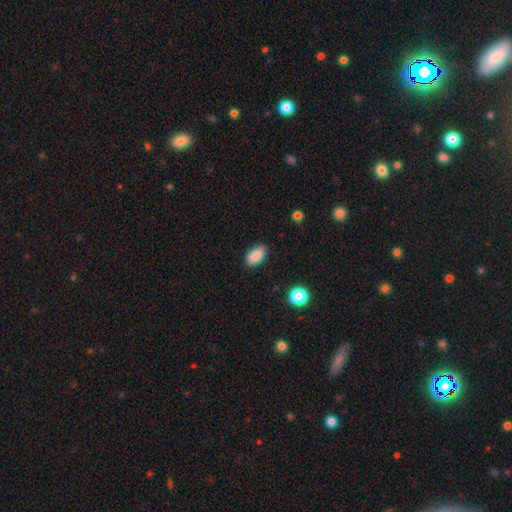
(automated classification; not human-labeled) Smooth or featured? smooth (88%)
How rounded? in between (92%)
Merging? none (86%)